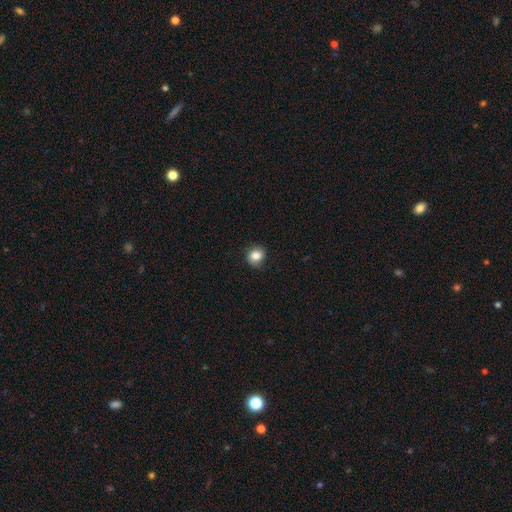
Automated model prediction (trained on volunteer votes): smooth_or_featured: smooth (p=0.82) [alt: star or artifact p=0.10]
how_rounded: round (p=0.74) [alt: in between p=0.25]
merging: none (p=0.80) [alt: minor disturbance p=0.15]